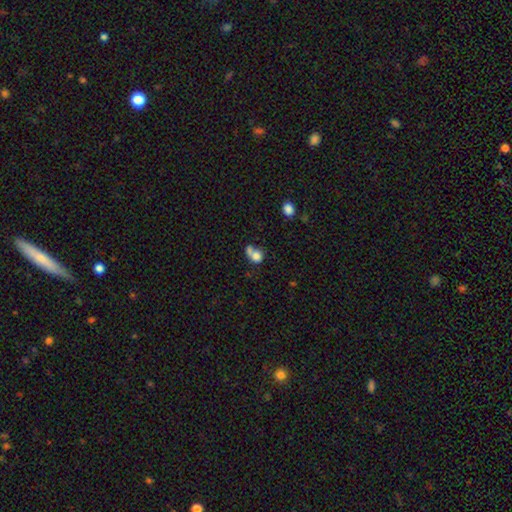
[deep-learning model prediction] Smooth or featured: smooth — 75% (featured or disk — 14%)
How rounded: round — 65% (in between — 34%)
Merging: merger — 55% (none — 25%)